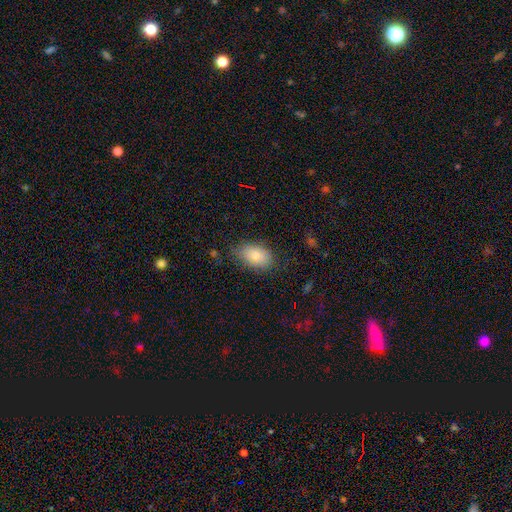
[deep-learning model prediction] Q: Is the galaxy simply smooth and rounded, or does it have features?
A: smooth — 84%.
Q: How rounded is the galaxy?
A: in between — 90%.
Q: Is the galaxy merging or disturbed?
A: none — 72%.